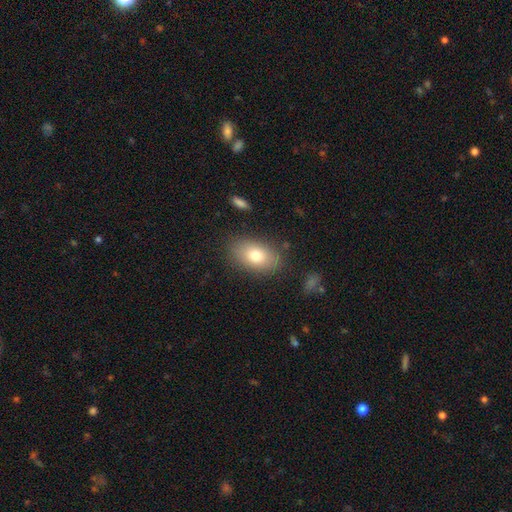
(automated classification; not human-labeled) smooth_or_featured: smooth (p=0.76) [alt: featured or disk p=0.16]
how_rounded: in between (p=0.89) [alt: round p=0.10]
merging: none (p=0.83) [alt: minor disturbance p=0.11]